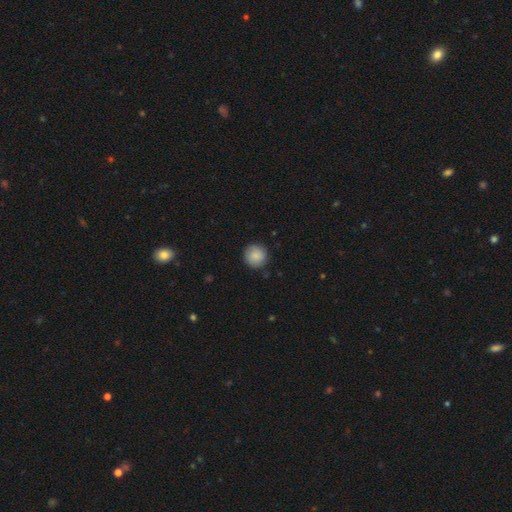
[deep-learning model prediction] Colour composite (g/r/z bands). It shows a smooth galaxy with no disk features (84%) that is round (94%). Merging: none (88%).